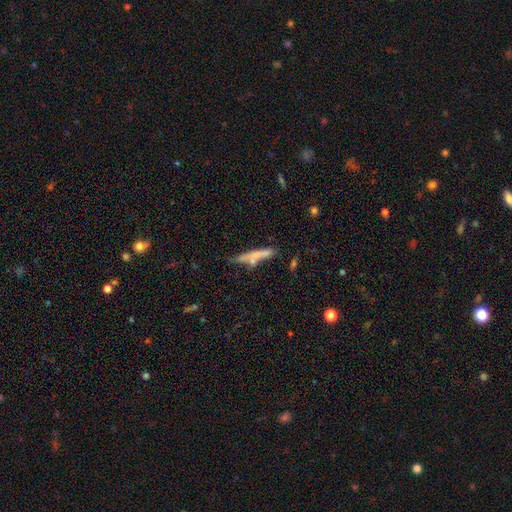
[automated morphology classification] The model was most divided on "smooth or featured": smooth: 58%, featured or disk: 33%, star or artifact: 9%. More confident: how rounded — cigar-shaped (91%); merging — none (58%).